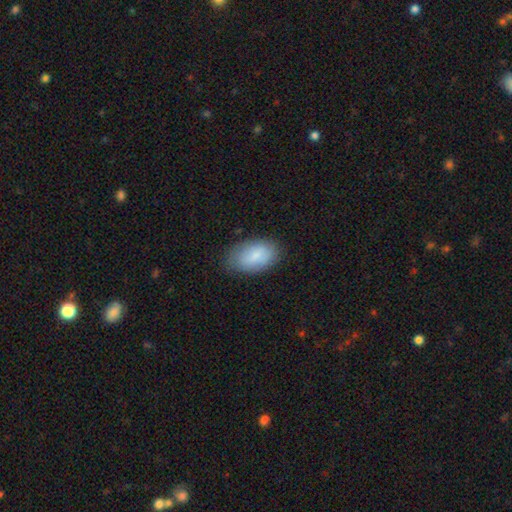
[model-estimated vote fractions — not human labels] Smooth or featured? Predicted: smooth (p=0.78). How rounded? Predicted: in between (p=0.94). Merging? Predicted: none (p=0.76).